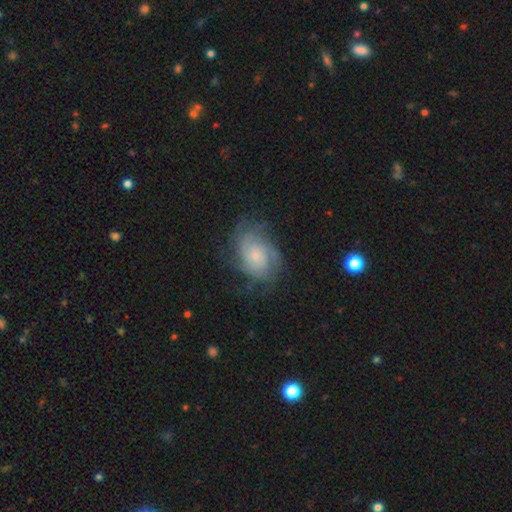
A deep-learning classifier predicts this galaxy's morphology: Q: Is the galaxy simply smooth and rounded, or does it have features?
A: featured or disk — 68%.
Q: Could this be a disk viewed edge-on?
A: no — 97%.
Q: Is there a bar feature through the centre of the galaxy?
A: no — 76%.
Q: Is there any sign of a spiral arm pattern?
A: yes — 89%.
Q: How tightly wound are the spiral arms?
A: tight — 50%.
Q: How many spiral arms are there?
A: can't tell — 41%.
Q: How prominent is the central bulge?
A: small — 65%.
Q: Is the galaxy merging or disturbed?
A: none — 61%.